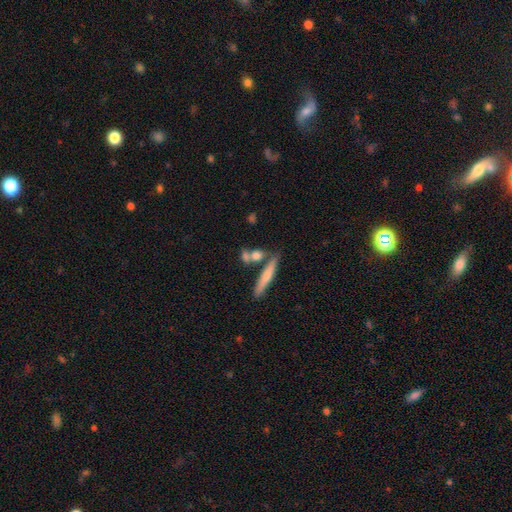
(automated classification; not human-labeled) A smooth galaxy with no disk features (67%) that is cigar-shaped (41%).

Vote fractions:
- Smooth or featured? smooth: 67% / featured or disk: 24% / star or artifact: 9%
- How rounded? cigar-shaped: 41% / in between: 36% / round: 23%
- Merging? none: 57% / merger: 26% / minor disturbance: 12% / major disturbance: 5%